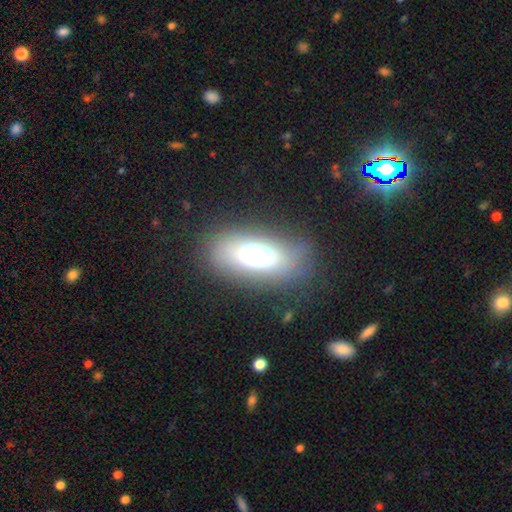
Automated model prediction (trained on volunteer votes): Smooth or featured?
  - smooth: 48% *
  - featured or disk: 35%
  - star or artifact: 17%
Merging?
  - none: 69% *
  - minor disturbance: 16%
  - major disturbance: 13%
  - merger: 2%